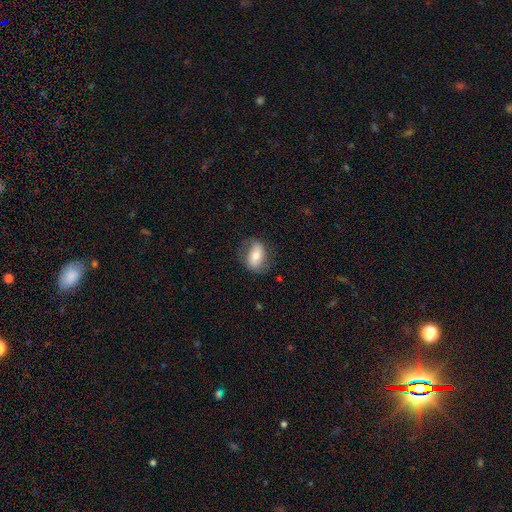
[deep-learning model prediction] This appears to be a smooth galaxy with no disk features (60%) that is in between round and cigar-shaped (83%). Merging: none (71%).